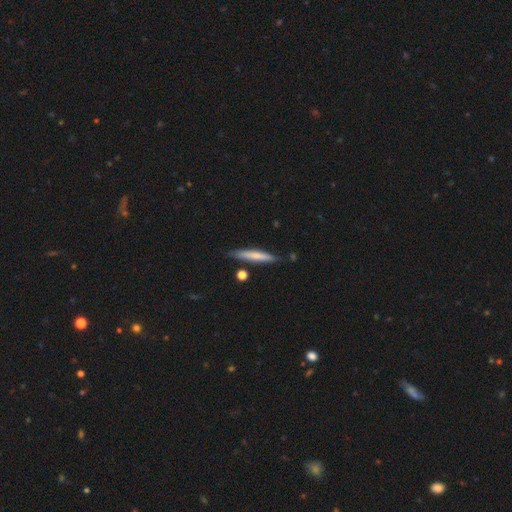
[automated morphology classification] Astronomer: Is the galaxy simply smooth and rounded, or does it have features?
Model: smooth — 64%.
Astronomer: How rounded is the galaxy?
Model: cigar-shaped — 93%.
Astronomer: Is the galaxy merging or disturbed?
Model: none — 80%.